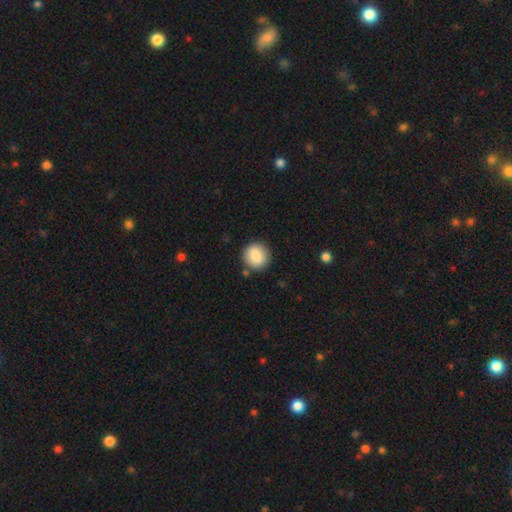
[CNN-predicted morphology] This appears to be a smooth galaxy with no disk features (86%) that is round (91%). Merging: none (86%).